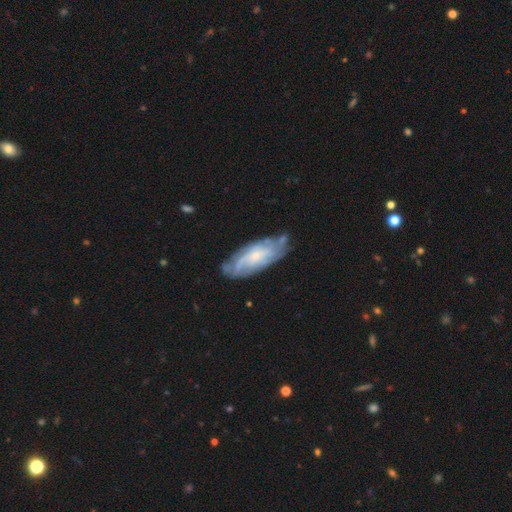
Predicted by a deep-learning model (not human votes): Smooth or featured? Predicted: featured or disk (p=0.68). Edge-on disk? Predicted: no (p=0.88). Bar? Predicted: no (p=0.67). Spiral arms? Predicted: yes (p=0.86). Spiral winding? Predicted: tight (p=0.53). Spiral arm count? Predicted: can't tell (p=0.53). Bulge size? Predicted: small (p=0.67). Merging? Predicted: none (p=0.70).